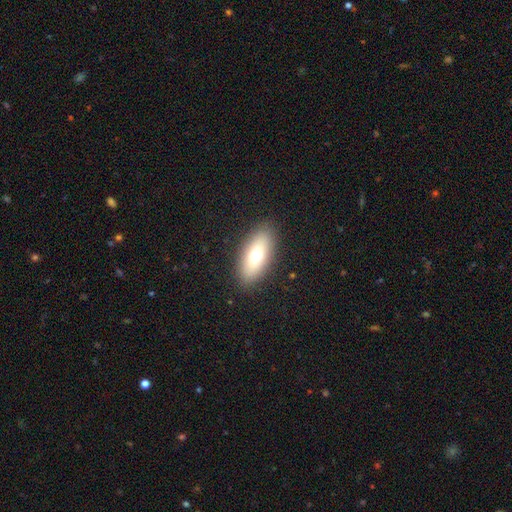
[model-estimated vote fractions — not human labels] A smooth galaxy with no disk features (68%) that is in between round and cigar-shaped (81%).

Vote fractions:
- Smooth or featured? smooth: 68% / featured or disk: 23% / star or artifact: 9%
- How rounded? in between: 81% / cigar-shaped: 14% / round: 5%
- Merging? none: 88% / minor disturbance: 8% / major disturbance: 3% / merger: 1%